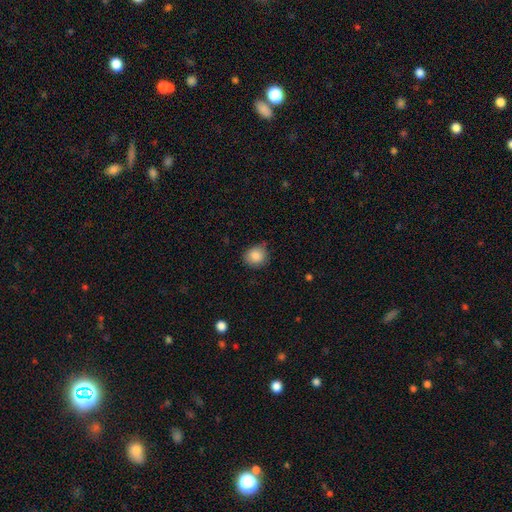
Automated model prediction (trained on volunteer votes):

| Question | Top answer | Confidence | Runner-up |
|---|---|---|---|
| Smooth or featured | smooth | 86% | star or artifact (9%) |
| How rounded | round | 80% | in between (19%) |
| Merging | none | 74% | minor disturbance (21%) |